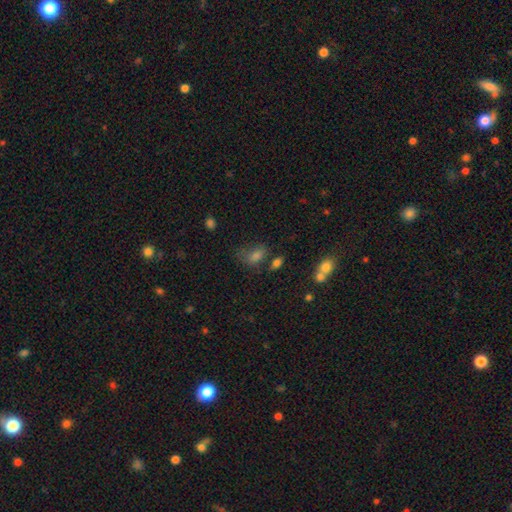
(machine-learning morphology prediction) type=smooth (69%); roundness=in between (82%); merging=none (49%).